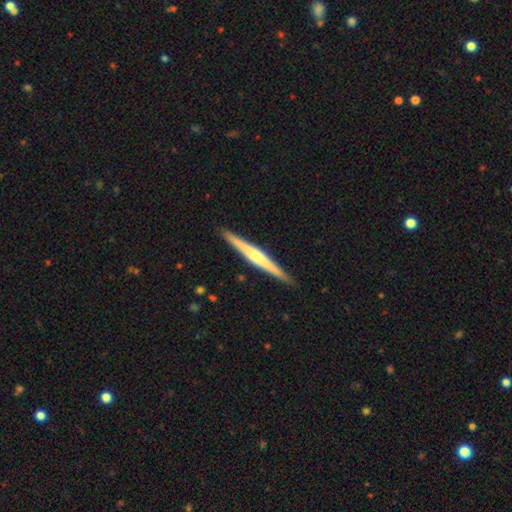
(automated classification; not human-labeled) Overall: featured or disk (74%). Edge-on disk: yes (98%). Edge-on bulge: rounded (74%). Merging: none (92%).